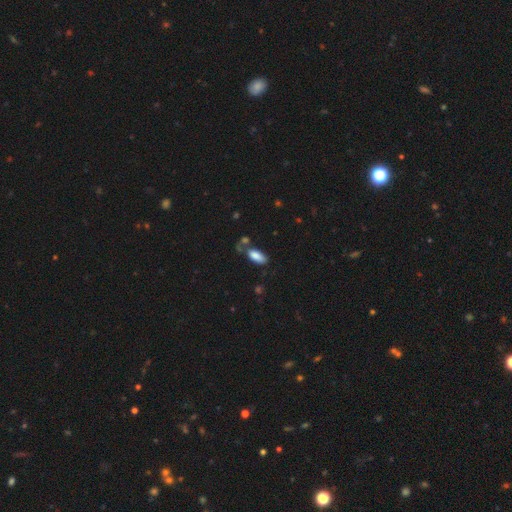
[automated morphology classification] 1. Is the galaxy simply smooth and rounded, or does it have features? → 84% smooth, 8% featured or disk, 8% star or artifact.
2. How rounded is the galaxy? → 89% in between, 9% cigar-shaped, 2% round.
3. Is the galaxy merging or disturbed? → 54% none, 20% minor disturbance, 18% merger, 9% major disturbance.